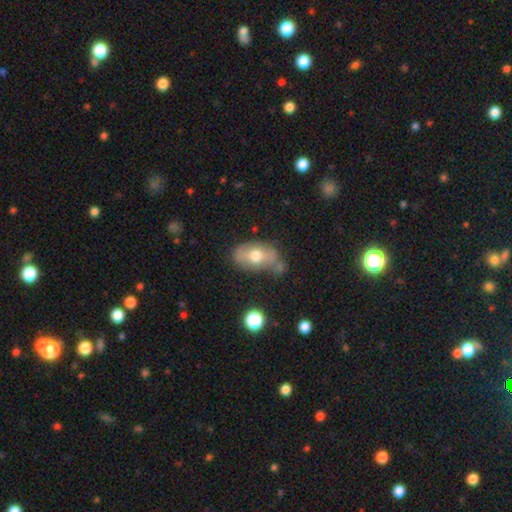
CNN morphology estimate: smooth-or-featured: smooth: 58% | featured or disk: 34% | star or artifact: 9%
  how-rounded: in between: 88% | round: 8% | cigar-shaped: 3%
  merging: none: 51% | minor disturbance: 28% | merger: 12% | major disturbance: 9%